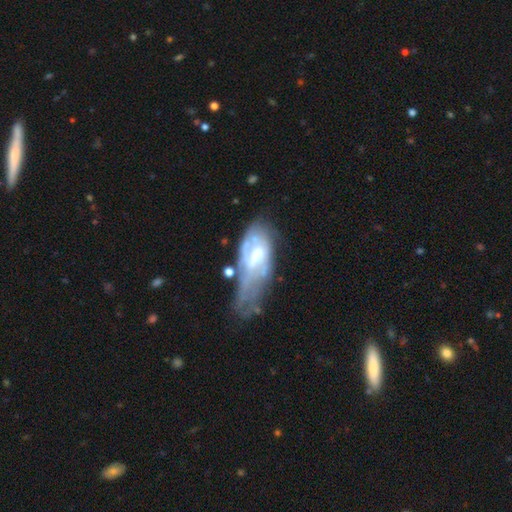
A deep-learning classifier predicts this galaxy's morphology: smooth_or_featured: featured or disk (p=0.66) [alt: smooth p=0.26]
disk_edge_on: no (p=0.92) [alt: yes p=0.08]
bar: no (p=0.51) [alt: weak p=0.36]
has_spiral_arms: yes (p=0.52) [alt: no p=0.48]
bulge_size: moderate (p=0.50) [alt: small p=0.20]
merging: major disturbance (p=0.40) [alt: minor disturbance p=0.26]